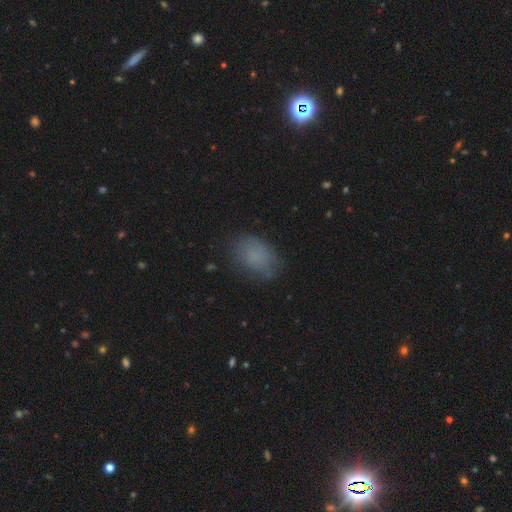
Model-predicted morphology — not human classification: Smooth or featured? Predicted: smooth (p=0.77). How rounded? Predicted: in between (p=0.77). Merging? Predicted: none (p=0.72).